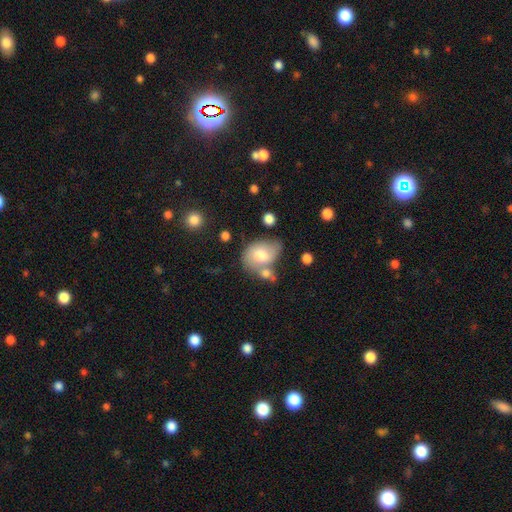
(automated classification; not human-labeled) This appears to be a featured or disk galaxy (41%, tied with smooth). Merging: none (49%).